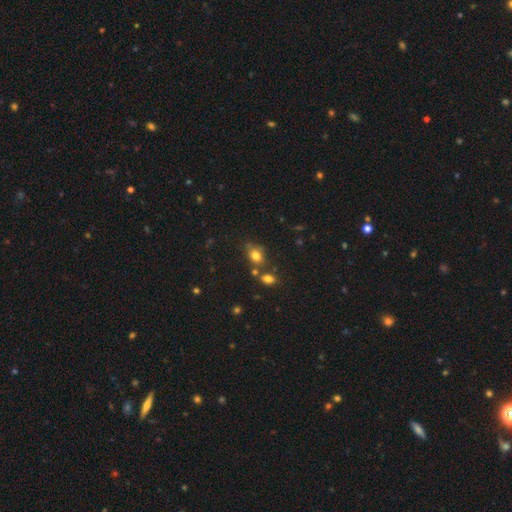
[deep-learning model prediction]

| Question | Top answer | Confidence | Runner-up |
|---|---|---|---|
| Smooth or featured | smooth | 78% | star or artifact (13%) |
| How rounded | in between | 55% | round (44%) |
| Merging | none | 60% | merger (19%) |